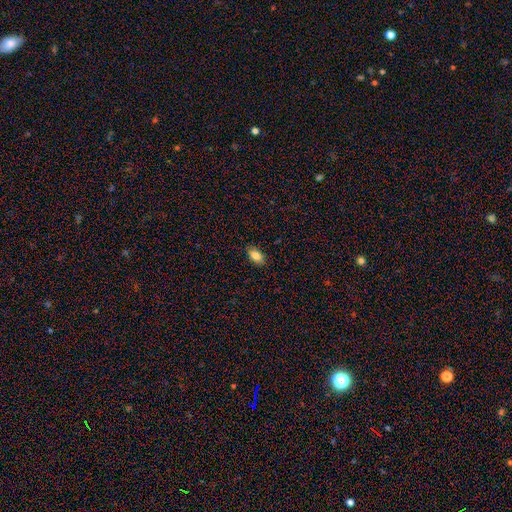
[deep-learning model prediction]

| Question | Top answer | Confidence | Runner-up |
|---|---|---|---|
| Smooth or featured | smooth | 84% | star or artifact (8%) |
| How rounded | in between | 90% | round (7%) |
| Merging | none | 87% | minor disturbance (10%) |